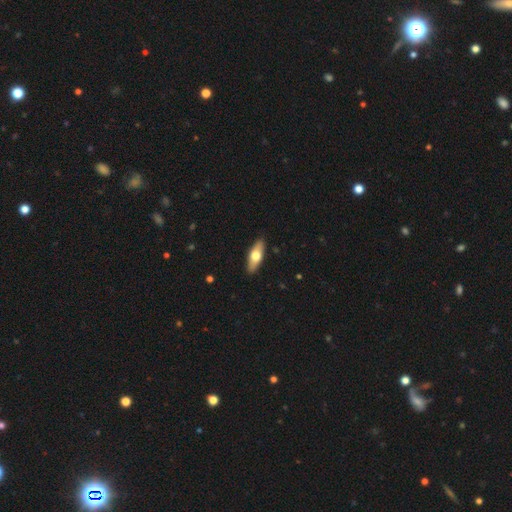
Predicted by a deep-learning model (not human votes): A smooth galaxy with no disk features (59%) that is in between round and cigar-shaped (65%).

Vote fractions:
- Smooth or featured? smooth: 59% / featured or disk: 36% / star or artifact: 5%
- How rounded? in between: 65% / cigar-shaped: 32% / round: 3%
- Merging? none: 89% / minor disturbance: 8% / major disturbance: 2% / merger: 1%